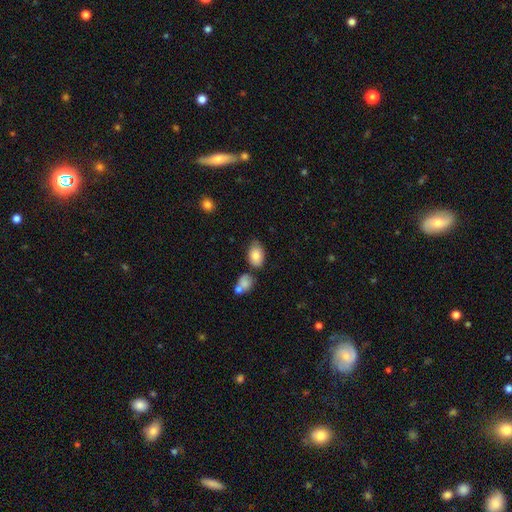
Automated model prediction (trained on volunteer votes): This appears to be a smooth galaxy with no disk features (83%) that is in between round and cigar-shaped (87%). Merging: none (63%).